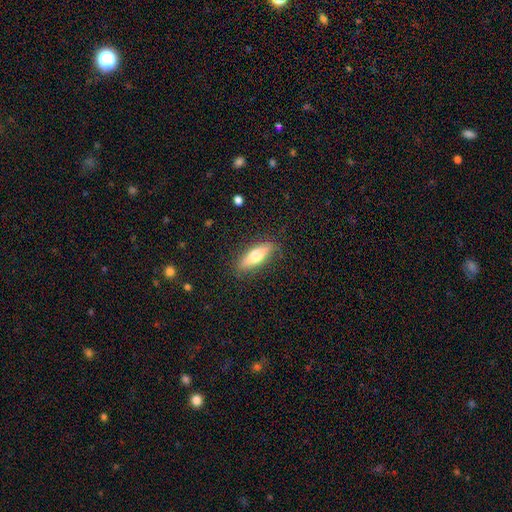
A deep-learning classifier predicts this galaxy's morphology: Smooth or featured?
  - smooth: 62% *
  - featured or disk: 32%
  - star or artifact: 6%
How rounded?
  - cigar-shaped: 54% *
  - in between: 44%
  - round: 2%
Merging?
  - none: 85% *
  - minor disturbance: 11%
  - major disturbance: 3%
  - merger: 1%